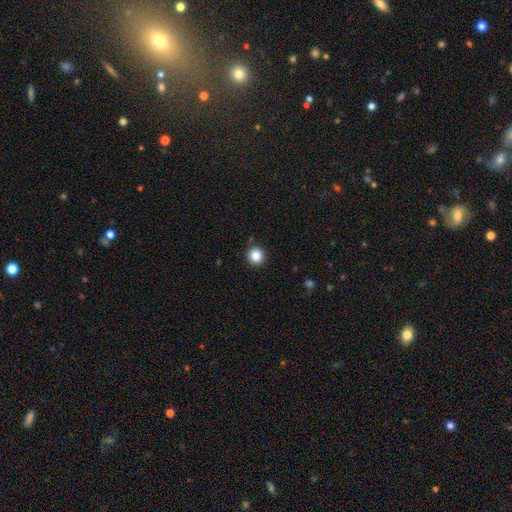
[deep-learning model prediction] smooth_or_featured: smooth (p=0.84) [alt: star or artifact p=0.11]
how_rounded: round (p=0.94) [alt: in between p=0.05]
merging: none (p=0.92) [alt: minor disturbance p=0.05]